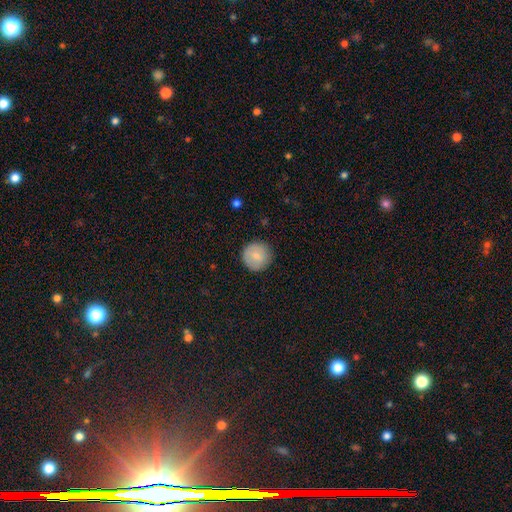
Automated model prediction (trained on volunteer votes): This is clearly a smooth galaxy (80%). How rounded: clearly round (95%). Merging: clearly none (89%).